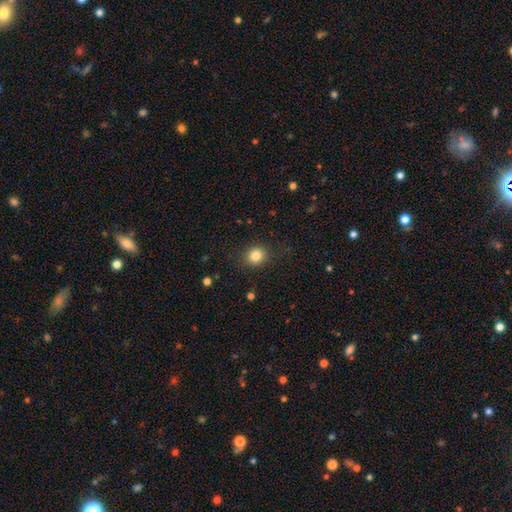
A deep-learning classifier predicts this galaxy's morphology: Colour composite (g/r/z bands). It shows a smooth galaxy with no disk features (83%) that is round (81%). Merging: none (87%).